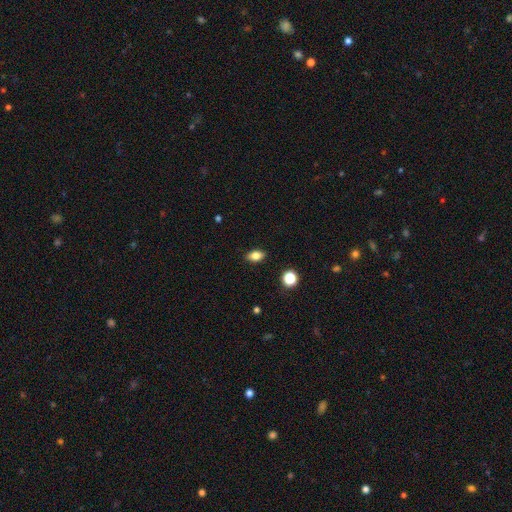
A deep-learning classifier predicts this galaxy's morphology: Q: Smooth or featured?
A: smooth (80%); runner-up: star or artifact (10%)
Q: How rounded?
A: in between (85%); runner-up: round (12%)
Q: Merging?
A: none (88%); runner-up: minor disturbance (8%)